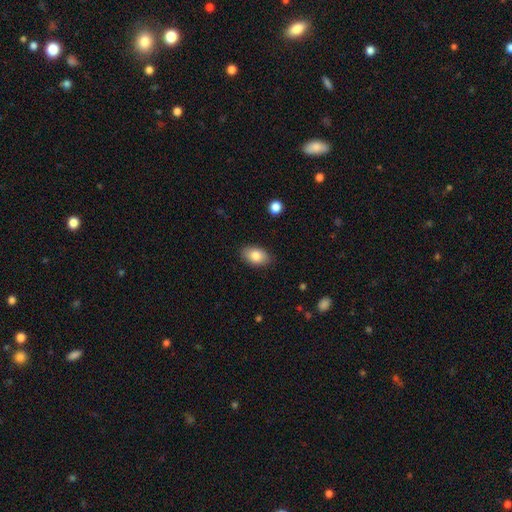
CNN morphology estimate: Smooth or featured? Predicted: smooth (p=0.83). How rounded? Predicted: in between (p=0.91). Merging? Predicted: none (p=0.87).